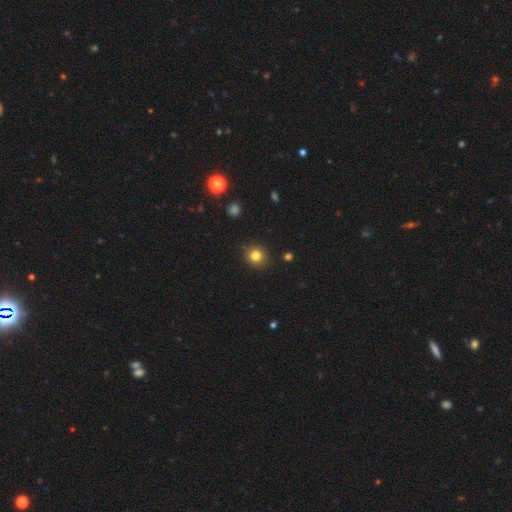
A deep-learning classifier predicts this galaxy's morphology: Q: Smooth or featured?
A: smooth (82%); runner-up: star or artifact (12%)
Q: How rounded?
A: round (89%); runner-up: in between (10%)
Q: Merging?
A: none (90%); runner-up: minor disturbance (7%)